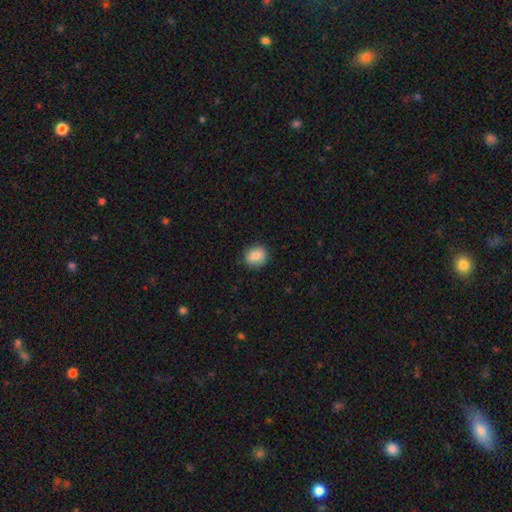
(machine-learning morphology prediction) This is clearly a smooth galaxy (85%). How rounded: likely round (72%). Merging: clearly none (86%).